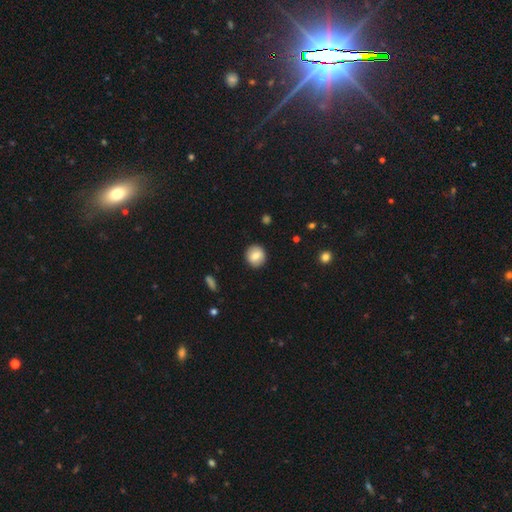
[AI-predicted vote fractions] Smooth or featured? Predicted: smooth (p=0.79). How rounded? Predicted: round (p=0.89). Merging? Predicted: none (p=0.90).